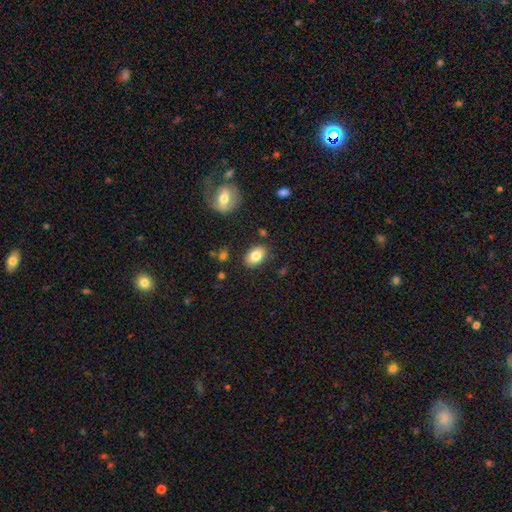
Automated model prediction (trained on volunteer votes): Smooth or featured? smooth (81%)
How rounded? in between (86%)
Merging? none (84%)